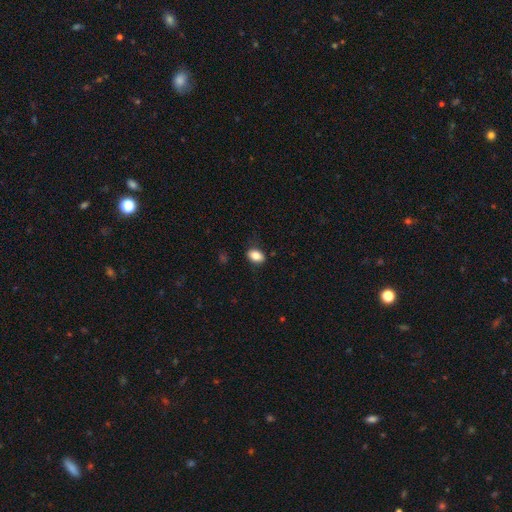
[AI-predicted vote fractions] This appears to be a smooth galaxy with no disk features (85%) that is in between round and cigar-shaped (84%). Merging: none (81%).